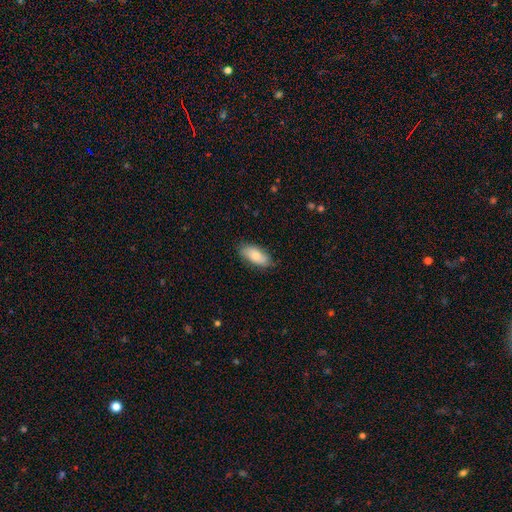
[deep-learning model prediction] smooth-or-featured: smooth: 79% | featured or disk: 15% | star or artifact: 6%
  how-rounded: in between: 86% | cigar-shaped: 11% | round: 2%
  merging: none: 83% | minor disturbance: 14% | major disturbance: 3% | merger: 1%